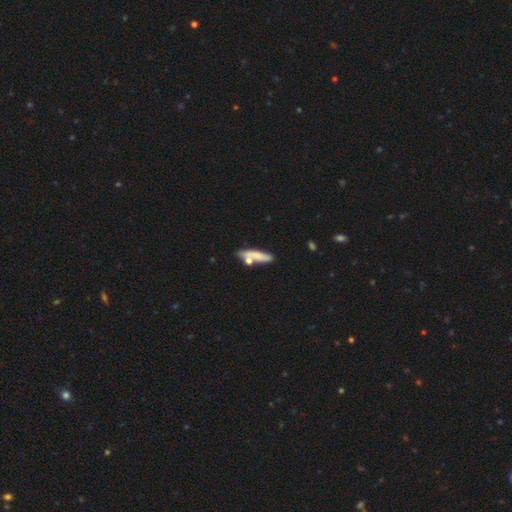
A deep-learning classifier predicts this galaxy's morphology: smooth 68%, featured or disk 25%, star or artifact 7%. Down the decision tree: how rounded — cigar-shaped (70%); merging — none (58%).